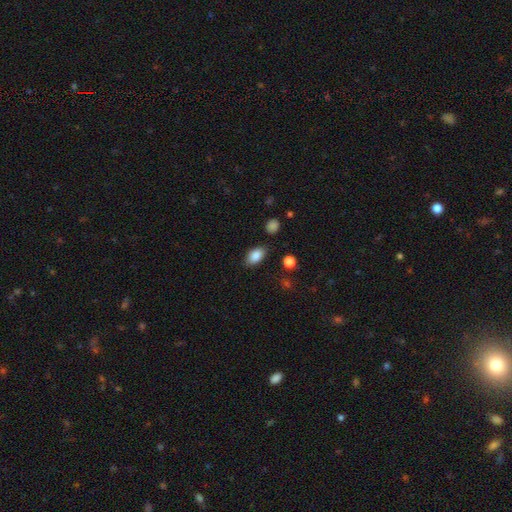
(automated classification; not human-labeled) A smooth galaxy with no disk features (86%) that is in between round and cigar-shaped (89%).

Vote fractions:
- Smooth or featured? smooth: 86% / star or artifact: 8% / featured or disk: 6%
- How rounded? in between: 89% / round: 8% / cigar-shaped: 2%
- Merging? none: 83% / minor disturbance: 12% / major disturbance: 3% / merger: 2%